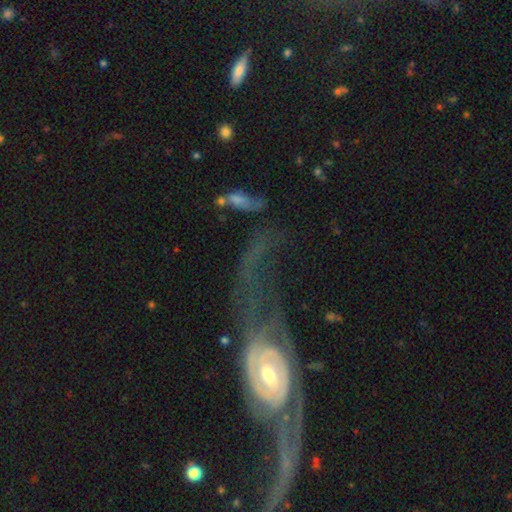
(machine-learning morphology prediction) Smooth or featured? featured or disk (72%)
Edge-on disk? no (88%)
Bar? no (61%)
Spiral arms? yes (70%)
Bulge size? moderate (53%)
Merging? major disturbance (37%)